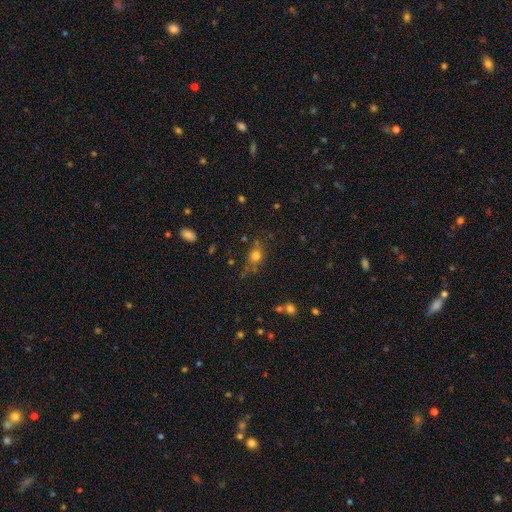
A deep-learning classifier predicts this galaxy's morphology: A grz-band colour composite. It shows a smooth galaxy with no disk features (74%) that is round (64%). Merging: none (66%).